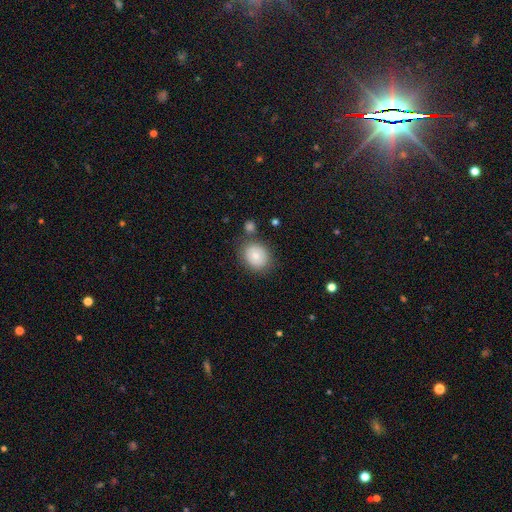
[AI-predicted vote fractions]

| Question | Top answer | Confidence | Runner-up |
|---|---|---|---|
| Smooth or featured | smooth | 75% | featured or disk (16%) |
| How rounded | round | 71% | in between (28%) |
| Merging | none | 76% | minor disturbance (13%) |